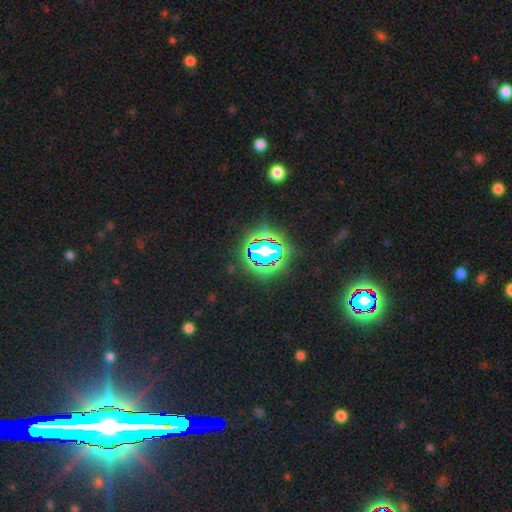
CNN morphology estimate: Overall: star or artifact (82%).